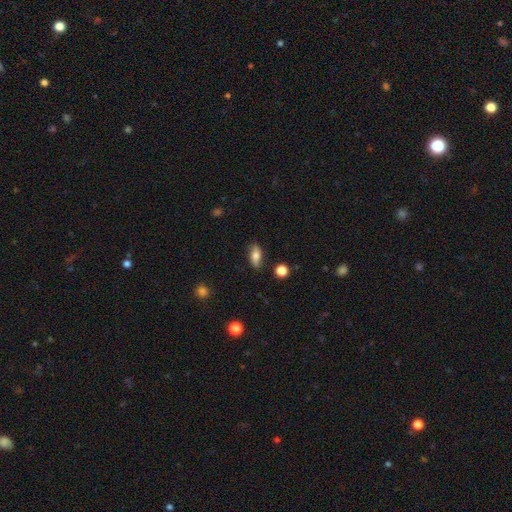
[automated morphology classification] type=smooth (64%); roundness=in between (74%); merging=none (81%).